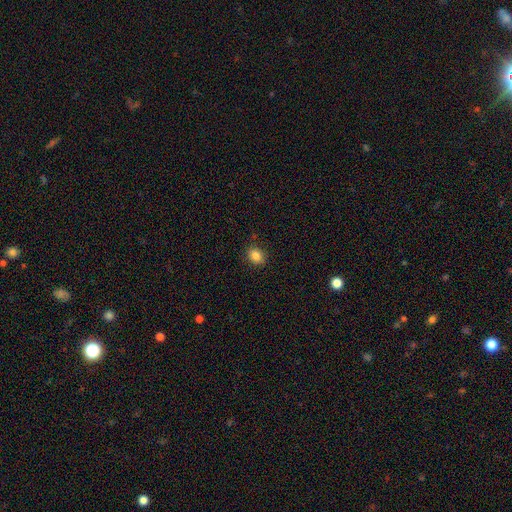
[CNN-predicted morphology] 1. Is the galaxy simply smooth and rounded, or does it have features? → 85% smooth, 10% star or artifact, 5% featured or disk.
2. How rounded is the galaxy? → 50% round, 49% in between, 1% cigar-shaped.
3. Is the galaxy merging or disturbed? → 87% none, 9% minor disturbance, 2% major disturbance, 1% merger.